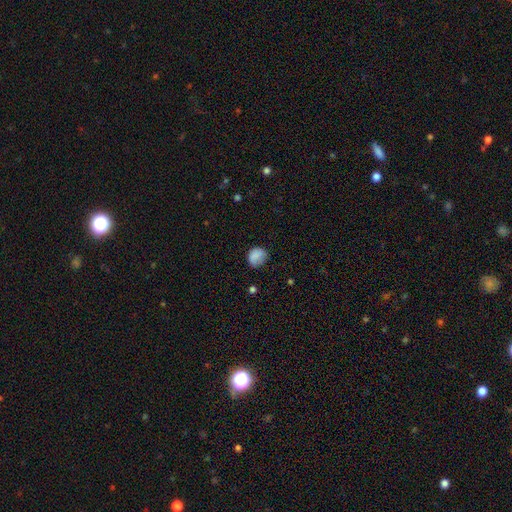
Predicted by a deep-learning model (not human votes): Q: Smooth or featured?
A: smooth (84%); runner-up: star or artifact (9%)
Q: How rounded?
A: round (68%); runner-up: in between (31%)
Q: Merging?
A: none (68%); runner-up: minor disturbance (24%)